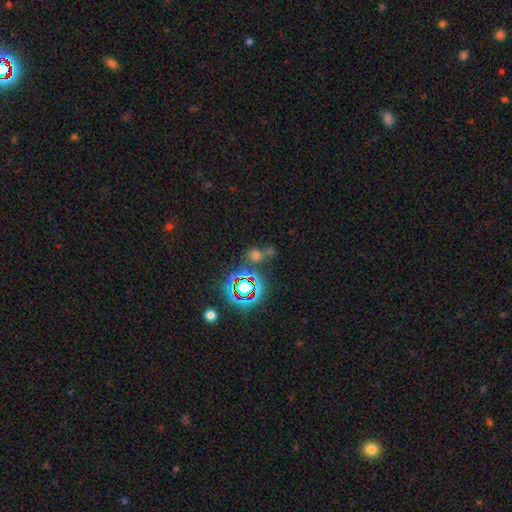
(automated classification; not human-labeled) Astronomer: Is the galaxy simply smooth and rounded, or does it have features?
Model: smooth — 46% (runner-up: star or artifact, 45%).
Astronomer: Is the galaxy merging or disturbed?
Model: none — 56%.